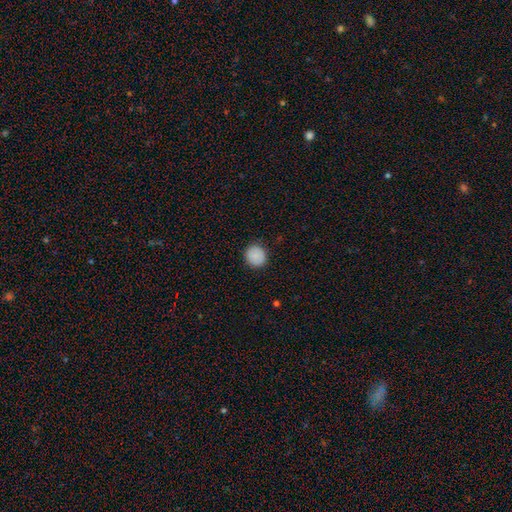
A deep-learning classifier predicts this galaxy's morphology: smooth 85%, star or artifact 8%, featured or disk 7%. Down the decision tree: how rounded — round (87%); merging — none (90%).